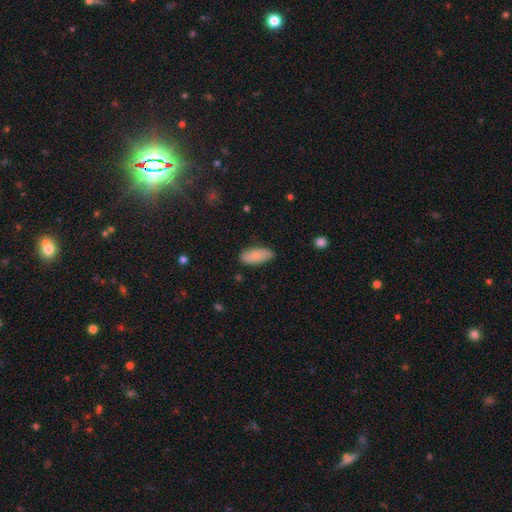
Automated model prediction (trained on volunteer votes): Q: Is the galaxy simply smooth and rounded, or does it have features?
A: smooth — 84%.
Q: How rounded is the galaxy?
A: in between — 84%.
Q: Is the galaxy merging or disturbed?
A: none — 81%.